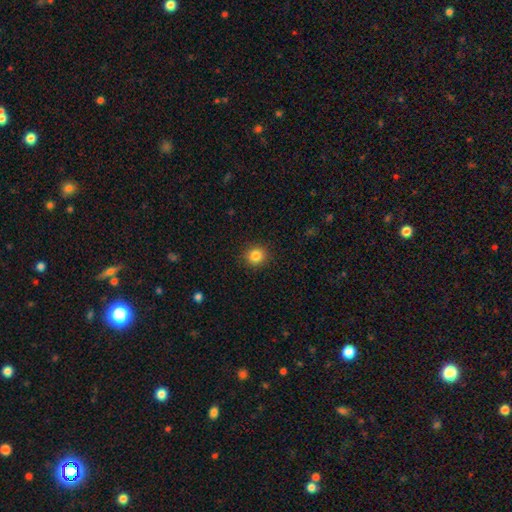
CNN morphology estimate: smooth 84%, star or artifact 11%, featured or disk 5%. Down the decision tree: how rounded — round (90%); merging — none (91%).